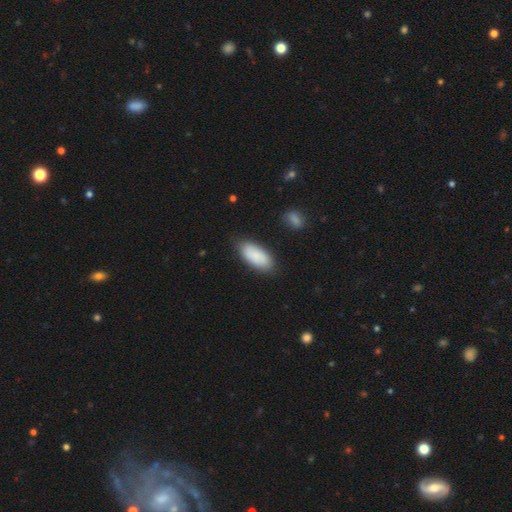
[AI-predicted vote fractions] smooth 86%, featured or disk 9%, star or artifact 6%. Down the decision tree: how rounded — in between (89%); merging — none (81%).